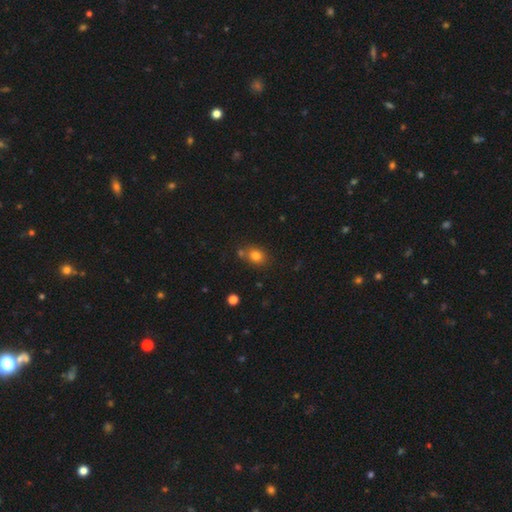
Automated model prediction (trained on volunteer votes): smooth_or_featured: smooth (p=0.80) [alt: star or artifact p=0.13]
how_rounded: round (p=0.59) [alt: in between p=0.40]
merging: none (p=0.67) [alt: merger p=0.15]